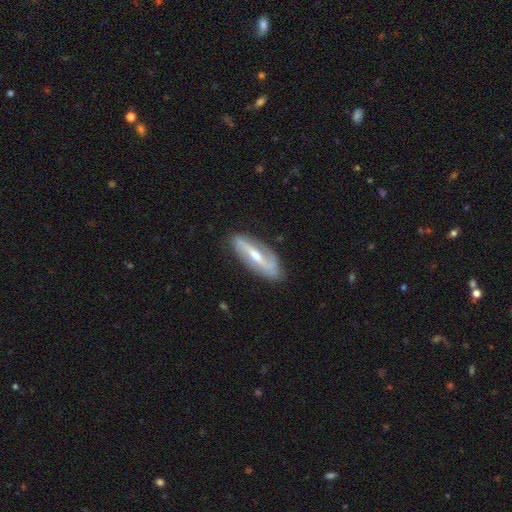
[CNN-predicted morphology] Smooth or featured: featured or disk — 79% (smooth — 15%)
Edge-on disk: no — 75% (yes — 25%)
Bar: strong — 58% (weak — 26%)
Spiral arms: yes — 82% (no — 18%)
Bulge size: moderate — 58% (small — 38%)
Merging: none — 84% (minor disturbance — 12%)